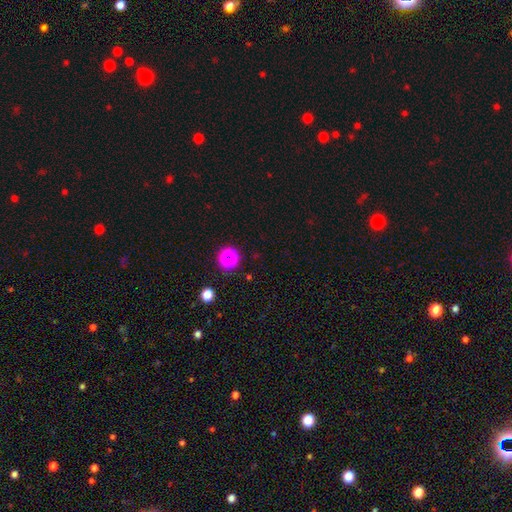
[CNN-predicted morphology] Smooth or featured? star or artifact (54%)